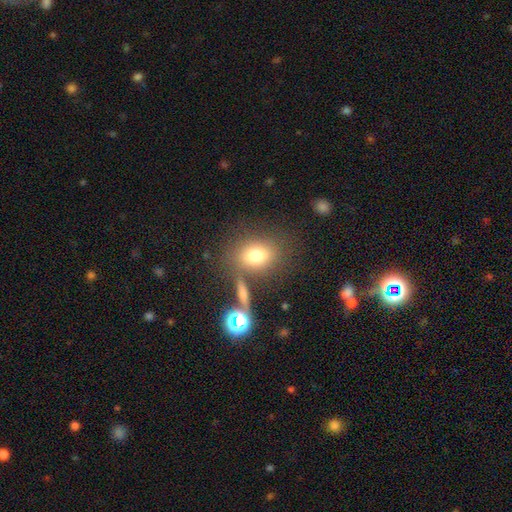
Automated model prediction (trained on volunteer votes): Smooth or featured: smooth — 75% (star or artifact — 13%)
How rounded: in between — 51% (round — 47%)
Merging: none — 70% (minor disturbance — 12%)